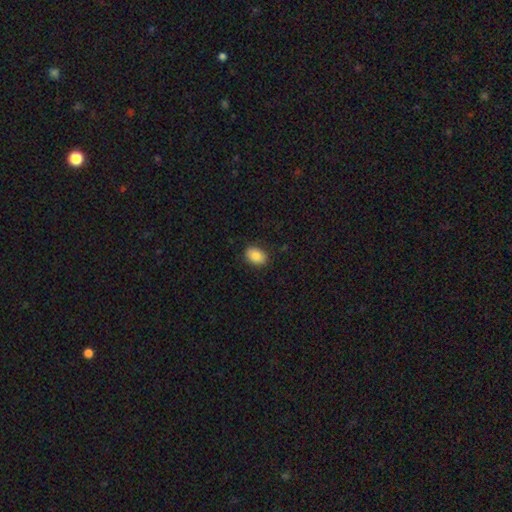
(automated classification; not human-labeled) The model was most divided on "how rounded": in between: 75%, round: 24%, cigar-shaped: 1%. More confident: merging — none (86%); smooth or featured — smooth (86%).